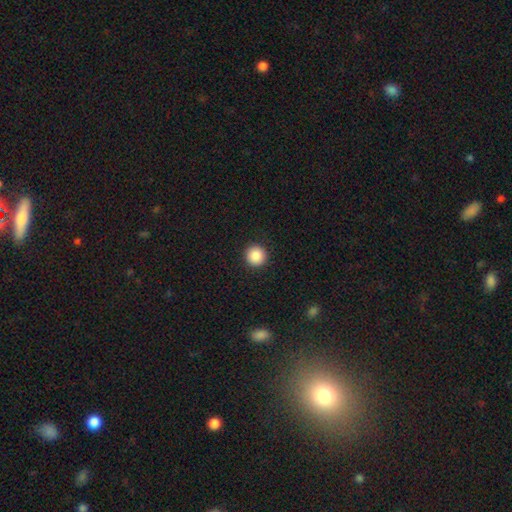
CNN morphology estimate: Smooth or featured: smooth — 88% (star or artifact — 9%)
How rounded: round — 96% (in between — 3%)
Merging: none — 93% (minor disturbance — 5%)